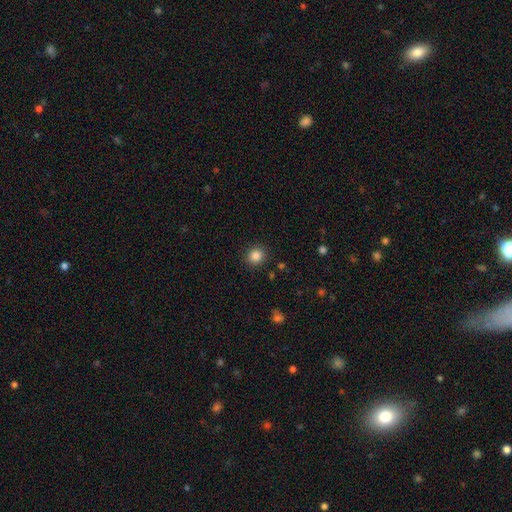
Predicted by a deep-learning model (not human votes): This appears to be a smooth galaxy with no disk features (86%) that is round (86%). Merging: none (90%).